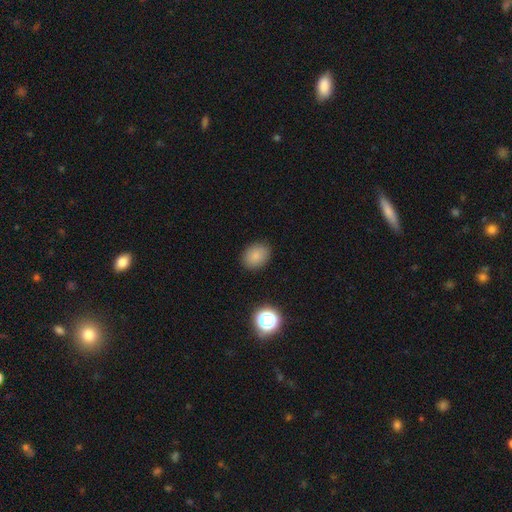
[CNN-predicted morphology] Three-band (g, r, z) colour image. It shows a smooth galaxy with no disk features (83%) that is in between round and cigar-shaped (58%). Merging: none (87%).